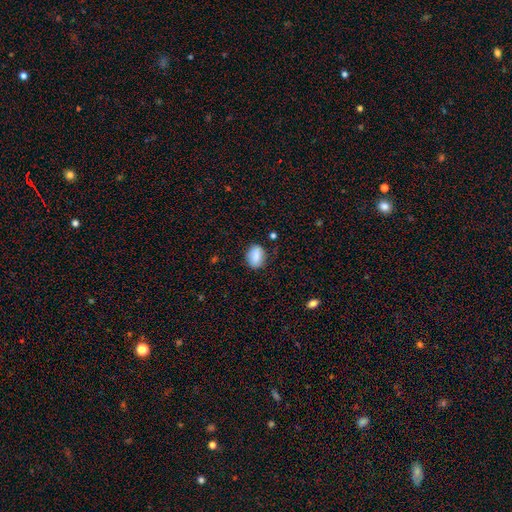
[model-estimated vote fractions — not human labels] Morphology: type=smooth (84%); roundness=in between (72%); merging=none (78%).